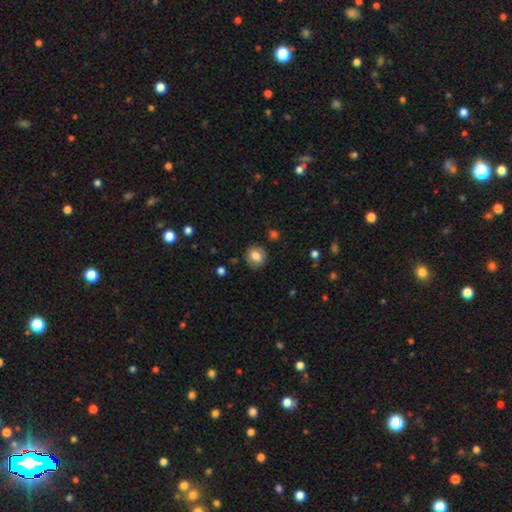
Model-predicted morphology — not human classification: Smooth or featured?
  - smooth: 76% *
  - featured or disk: 15%
  - star or artifact: 9%
How rounded?
  - round: 72% *
  - in between: 27%
  - cigar-shaped: 1%
Merging?
  - none: 83% *
  - minor disturbance: 12%
  - major disturbance: 3%
  - merger: 2%